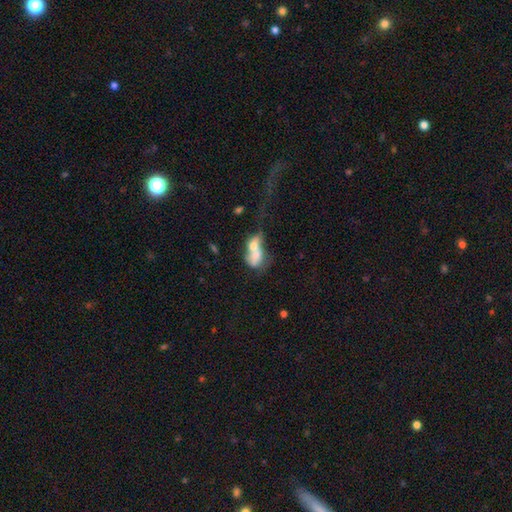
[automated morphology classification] Smooth or featured? smooth (58%)
How rounded? in between (75%)
Merging? merger (70%)